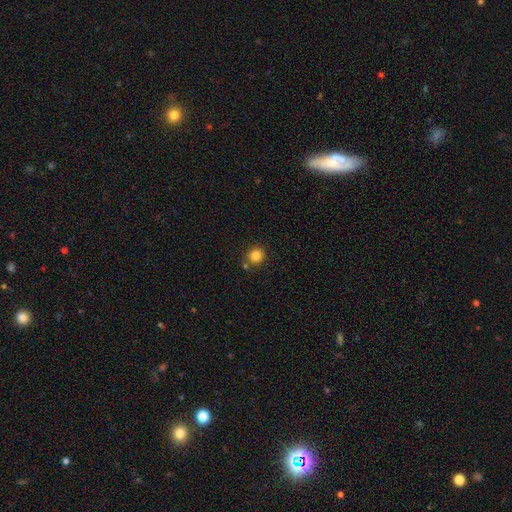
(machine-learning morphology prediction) Smooth or featured: smooth — 83% (star or artifact — 11%)
How rounded: round — 92% (in between — 7%)
Merging: none — 79% (merger — 9%)